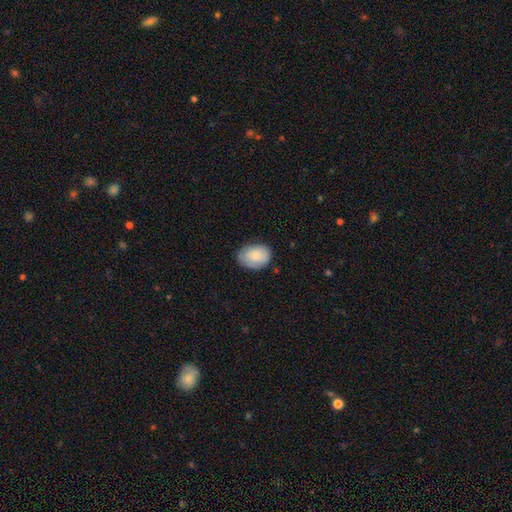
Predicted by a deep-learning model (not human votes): Smooth or featured? Predicted: smooth (p=0.77). How rounded? Predicted: in between (p=0.75). Merging? Predicted: none (p=0.74).